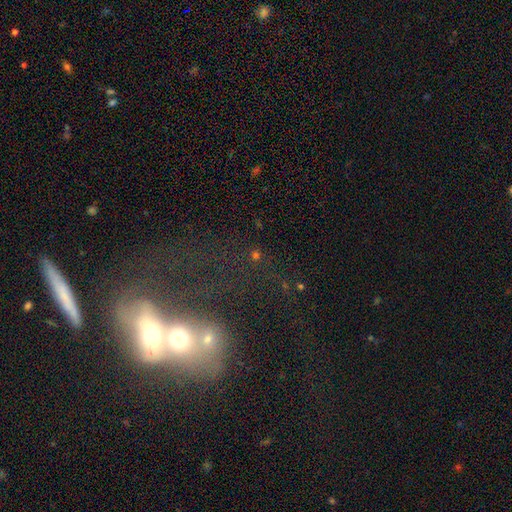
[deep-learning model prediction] This appears to be a star or artifact, not a galaxy (57%).